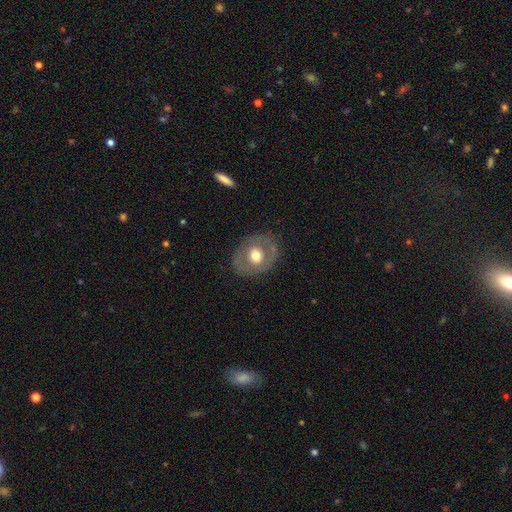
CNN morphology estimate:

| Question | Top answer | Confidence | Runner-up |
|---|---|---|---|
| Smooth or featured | featured or disk | 48% | smooth (45%) |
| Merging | none | 77% | minor disturbance (15%) |